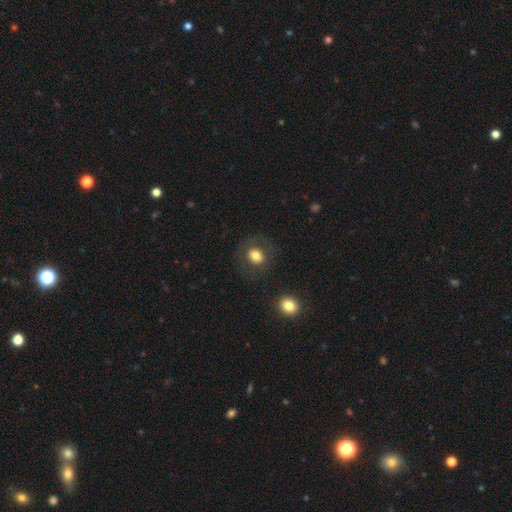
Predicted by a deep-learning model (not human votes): Smooth or featured?
  - smooth: 76% *
  - featured or disk: 15%
  - star or artifact: 9%
How rounded?
  - round: 69% *
  - in between: 31%
  - cigar-shaped: 1%
Merging?
  - none: 79% *
  - minor disturbance: 11%
  - major disturbance: 8%
  - merger: 2%